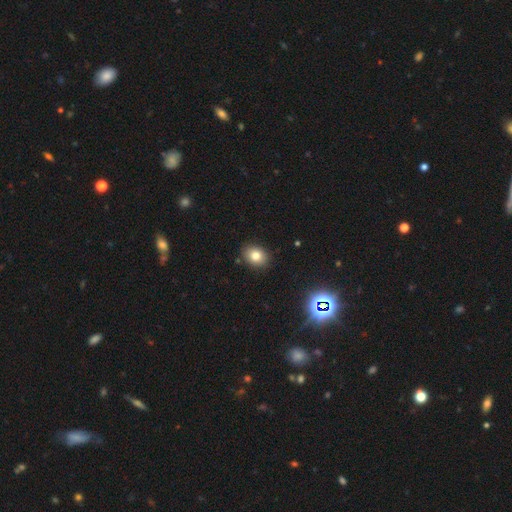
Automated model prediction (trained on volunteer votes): A smooth galaxy with no disk features (79%) that is in between round and cigar-shaped (55%). Merging: none (88%).